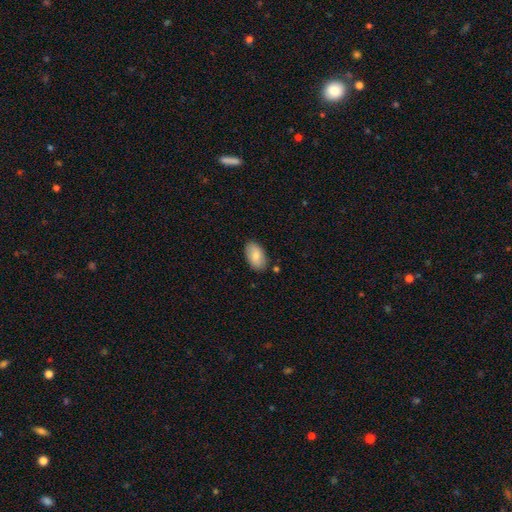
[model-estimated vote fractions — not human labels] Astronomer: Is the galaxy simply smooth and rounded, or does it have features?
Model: smooth — 81%.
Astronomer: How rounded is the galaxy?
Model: in between — 94%.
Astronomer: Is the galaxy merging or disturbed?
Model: none — 84%.